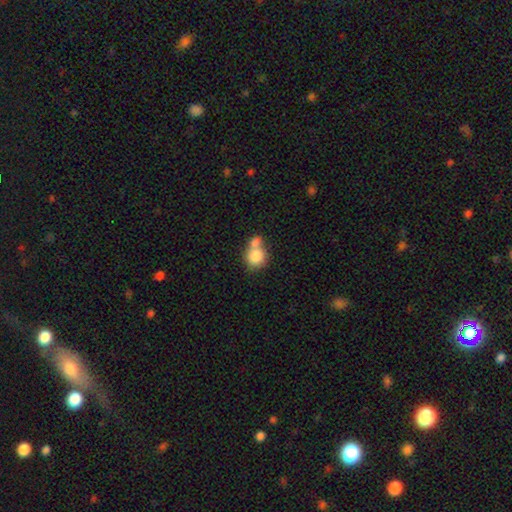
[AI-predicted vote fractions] This appears to be a smooth galaxy with no disk features (80%) that is round (77%). Merging: merger (56%).